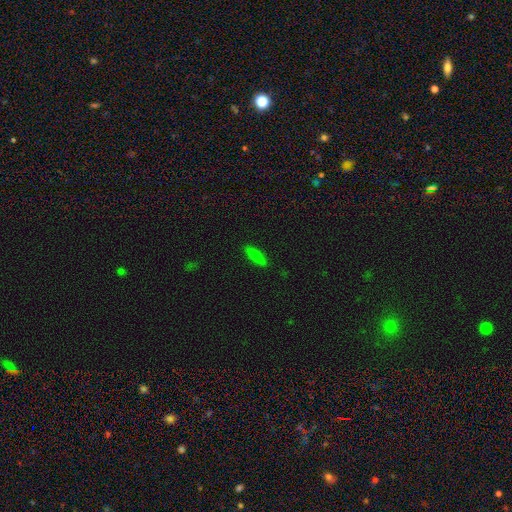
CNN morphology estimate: type=smooth (81%); roundness=cigar-shaped (72%); merging=none (89%).